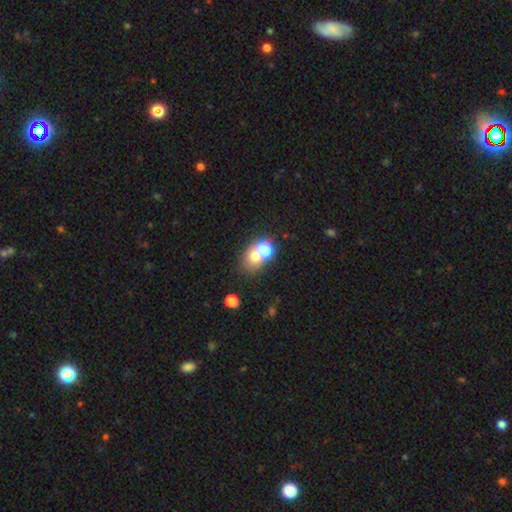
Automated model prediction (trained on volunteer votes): Smooth or featured?
  - smooth: 66% *
  - featured or disk: 18%
  - star or artifact: 16%
How rounded?
  - round: 52% *
  - in between: 46%
  - cigar-shaped: 1%
Merging?
  - merger: 50% *
  - none: 36%
  - minor disturbance: 8%
  - major disturbance: 5%